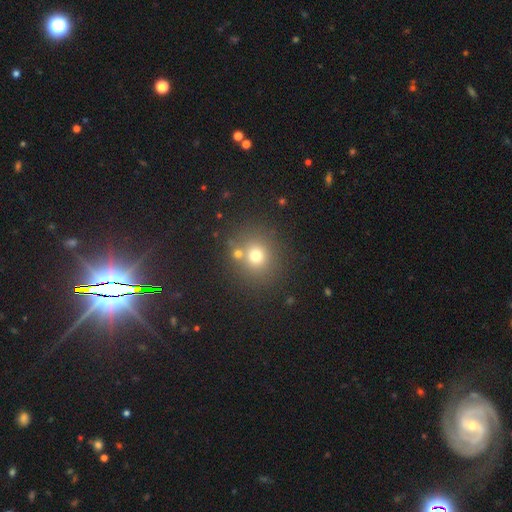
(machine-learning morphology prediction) smooth 70%, star or artifact 18%, featured or disk 12%. Down the decision tree: how rounded — round (85%); merging — none (73%).